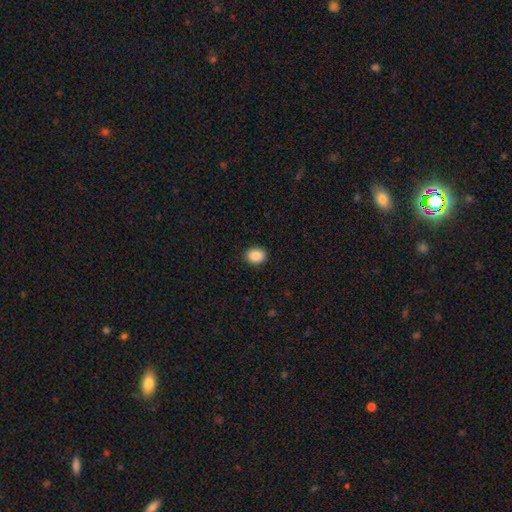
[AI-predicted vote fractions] This appears to be a smooth galaxy with no disk features (89%) that is round (60%). Merging: none (91%).